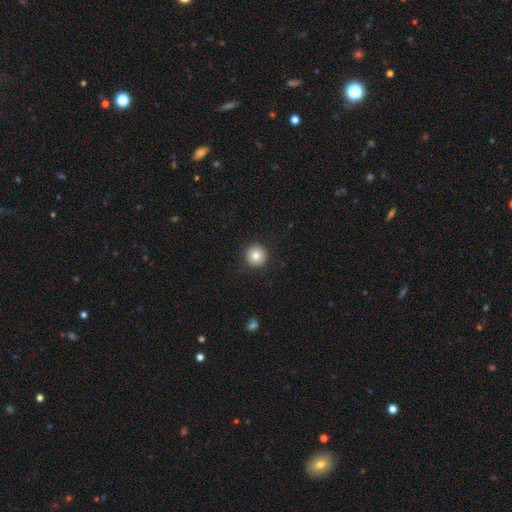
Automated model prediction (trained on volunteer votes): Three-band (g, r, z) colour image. It shows a smooth galaxy with no disk features (83%) that is round (96%). Merging: none (92%).